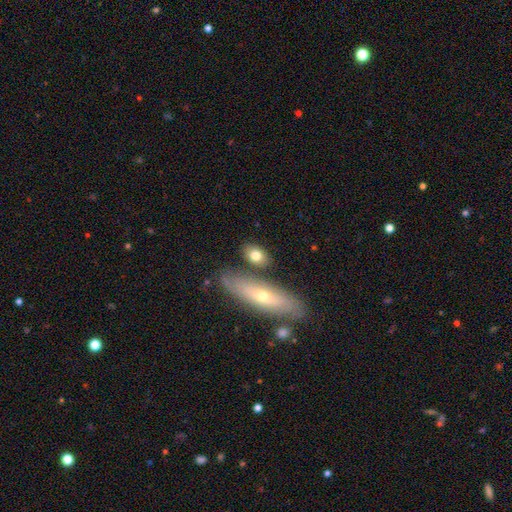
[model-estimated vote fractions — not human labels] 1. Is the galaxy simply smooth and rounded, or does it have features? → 73% smooth, 20% featured or disk, 7% star or artifact.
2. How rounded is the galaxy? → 78% in between, 13% round, 9% cigar-shaped.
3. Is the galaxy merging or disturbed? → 71% none, 13% merger, 12% minor disturbance, 4% major disturbance.